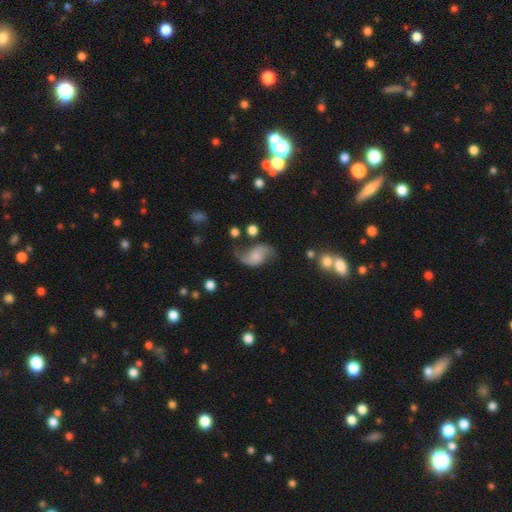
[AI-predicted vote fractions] Overall: featured or disk (75%). Edge-on disk: no (97%). Bar: no (64%; weak 30%). Spiral arms: yes (95%). Spiral arm count: 2 (92%). Spiral winding: loose (75%). Bulge size: small (33%; none 31%). Merging: none (62%; minor disturbance 22%).